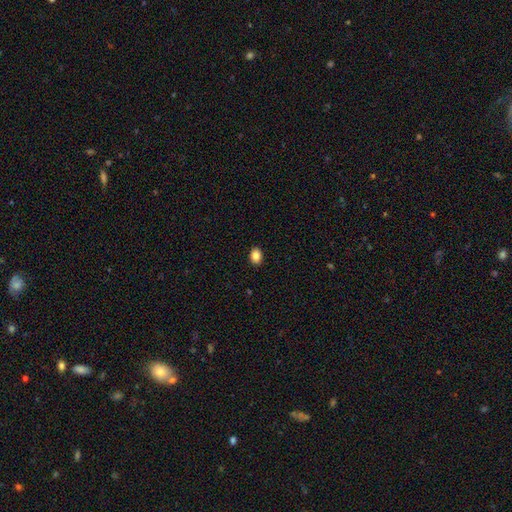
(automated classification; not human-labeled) A smooth galaxy with no disk features (86%) that is in between round and cigar-shaped (69%). Merging: none (90%).